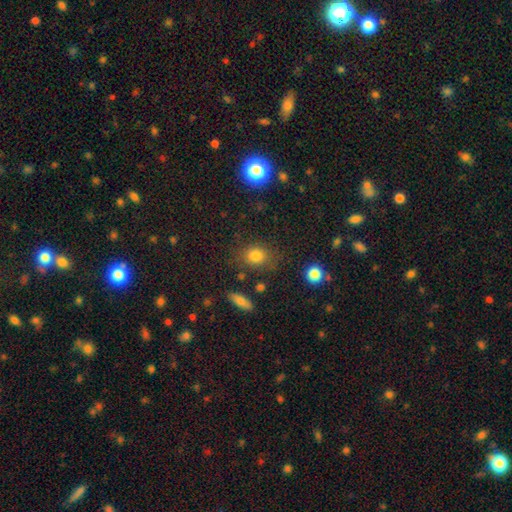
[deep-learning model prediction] The model was most divided on "how rounded": round: 54%, in between: 44%, cigar-shaped: 2%. More confident: smooth or featured — smooth (79%); merging — none (75%).